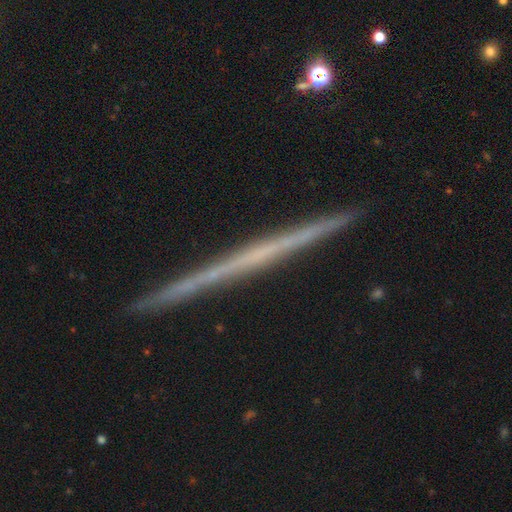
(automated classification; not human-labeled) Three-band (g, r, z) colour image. It shows a featured or disk galaxy (70%) viewed edge-on (98%) with no central bulge (90%). Merging: none (93%).